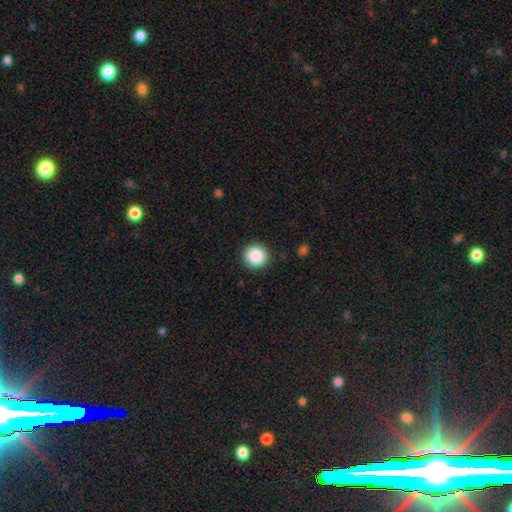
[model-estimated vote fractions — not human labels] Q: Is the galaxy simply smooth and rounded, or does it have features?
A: smooth — 88%.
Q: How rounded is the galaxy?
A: round — 93%.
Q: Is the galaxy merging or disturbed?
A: none — 91%.